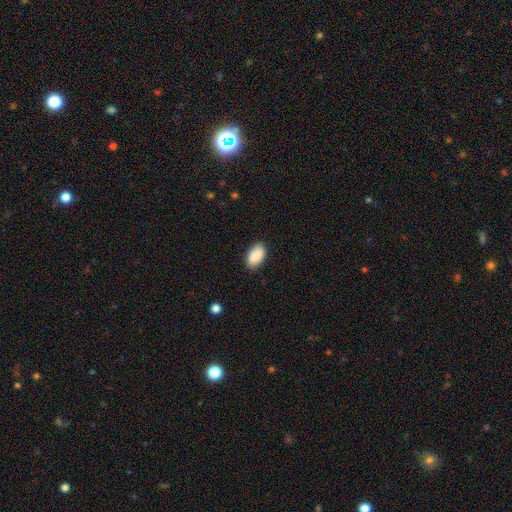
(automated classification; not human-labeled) Morphology: type=smooth (89%); roundness=in between (94%); merging=none (86%).